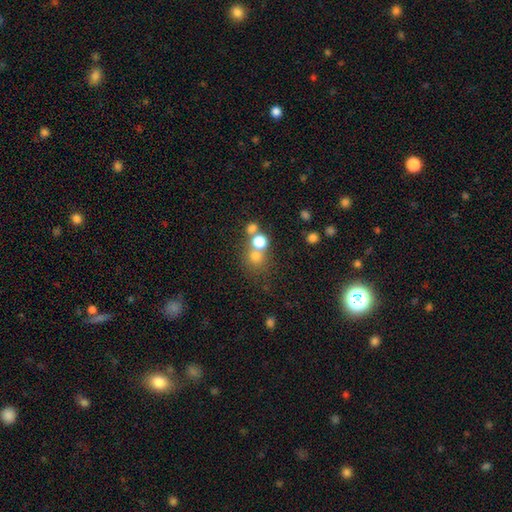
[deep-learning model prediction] Smooth or featured: smooth — 68% (star or artifact — 20%)
How rounded: round — 83% (in between — 16%)
Merging: none — 51% (merger — 36%)